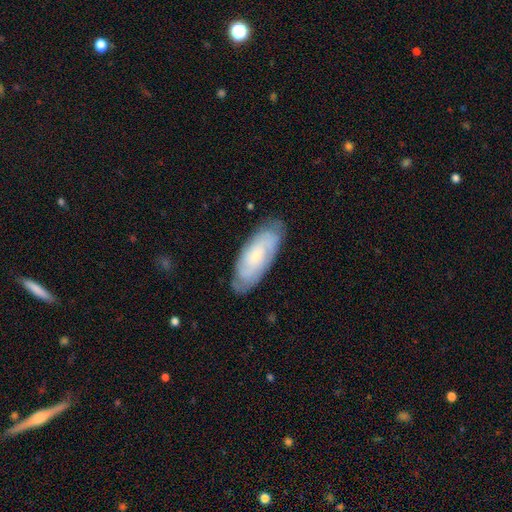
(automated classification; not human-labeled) Smooth or featured? featured or disk (54%)
Edge-on disk? no (87%)
Merging? none (78%)